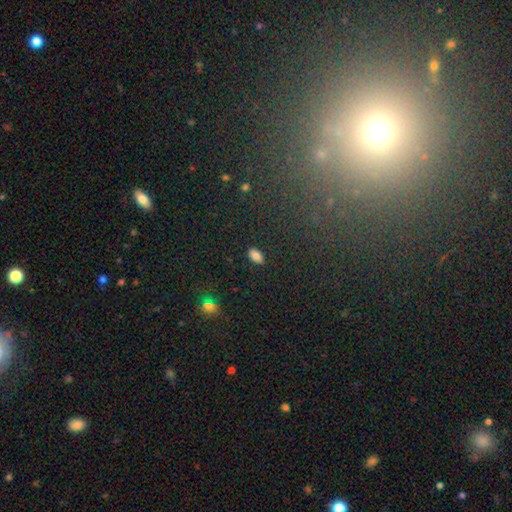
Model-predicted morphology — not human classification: A smooth galaxy with no disk features (81%) that is in between round and cigar-shaped (92%). Merging: none (88%).